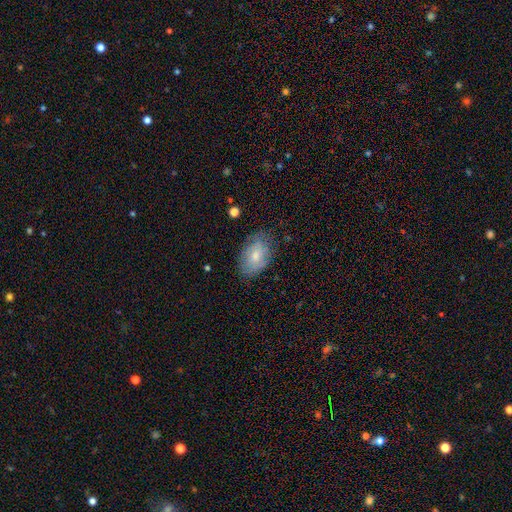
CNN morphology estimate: Overall: smooth (56%; featured or disk 35%). How rounded: in between (87%). Merging: none (75%).